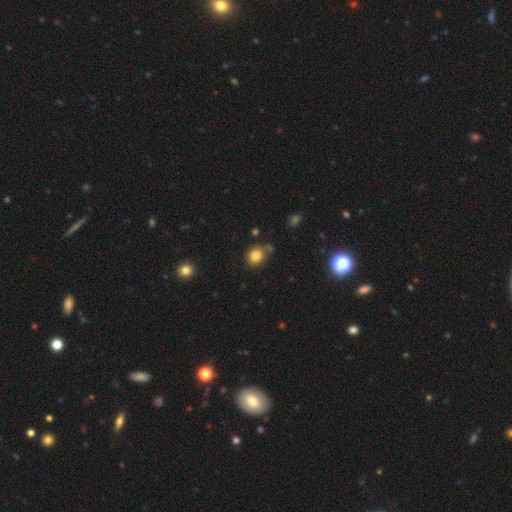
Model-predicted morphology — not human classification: This appears to be a smooth galaxy with no disk features (83%) that is round (56%). Merging: none (70%).